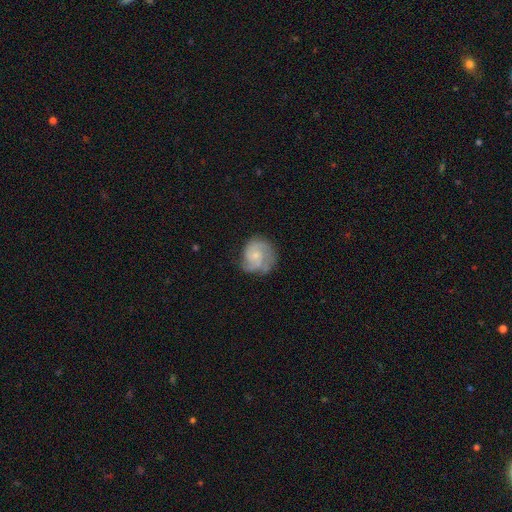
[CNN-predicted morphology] The model was most divided on "spiral winding": tight: 47%, medium: 40%, loose: 13%. Remaining: edge-on disk — no (98%); spiral arms — yes (93%); bar — no (72%); smooth or featured — featured or disk (71%); bulge size — small (66%); merging — none (64%); spiral arm count — 2 (39%).